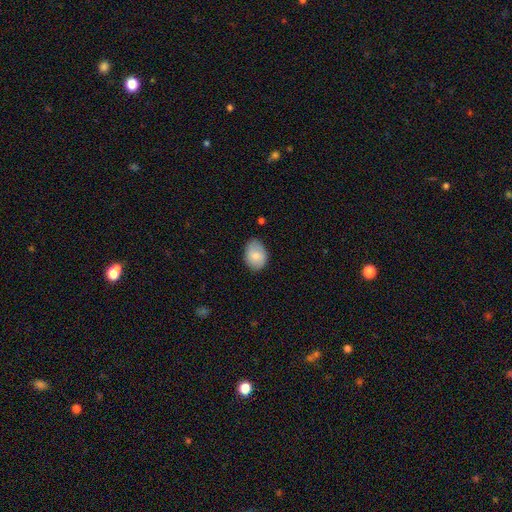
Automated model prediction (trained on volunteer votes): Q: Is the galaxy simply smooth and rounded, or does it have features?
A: smooth — 76%.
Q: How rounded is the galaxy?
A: in between — 76%.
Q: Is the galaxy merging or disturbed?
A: none — 70%.